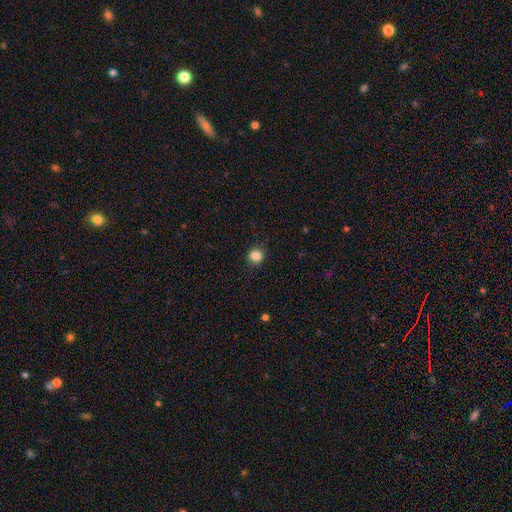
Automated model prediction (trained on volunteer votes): Smooth or featured? smooth (85%)
How rounded? round (93%)
Merging? none (90%)